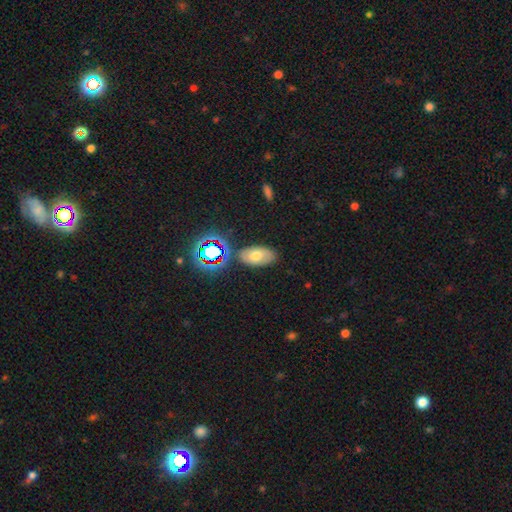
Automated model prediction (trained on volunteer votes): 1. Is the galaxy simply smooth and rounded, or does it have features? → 59% smooth, 23% featured or disk, 19% star or artifact.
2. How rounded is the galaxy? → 91% in between, 7% round, 2% cigar-shaped.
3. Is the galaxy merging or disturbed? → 76% none, 14% minor disturbance, 5% merger, 4% major disturbance.